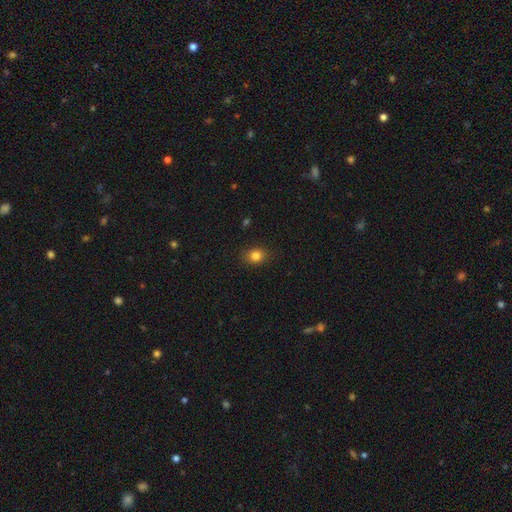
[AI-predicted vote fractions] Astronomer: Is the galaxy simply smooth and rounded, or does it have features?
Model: smooth — 82%.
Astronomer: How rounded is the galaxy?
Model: round — 53% (runner-up: in between, 46%).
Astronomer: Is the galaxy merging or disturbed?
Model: none — 87%.